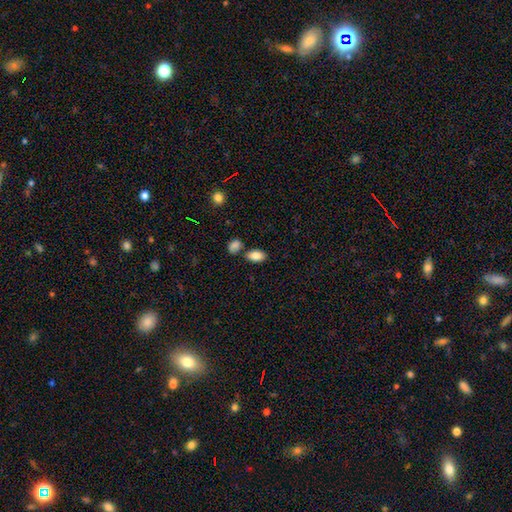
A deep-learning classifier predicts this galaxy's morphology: A smooth galaxy with no disk features (86%) that is in between round and cigar-shaped (91%). Merging: none (74%).